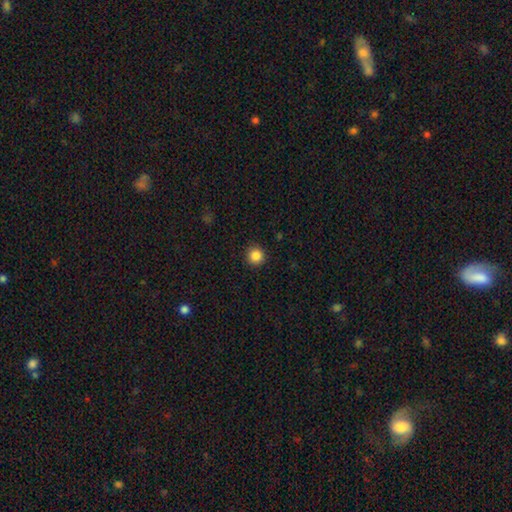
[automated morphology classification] The model was most divided on "smooth or featured": smooth: 86%, star or artifact: 10%, featured or disk: 4%. More confident: how rounded — round (95%); merging — none (92%).